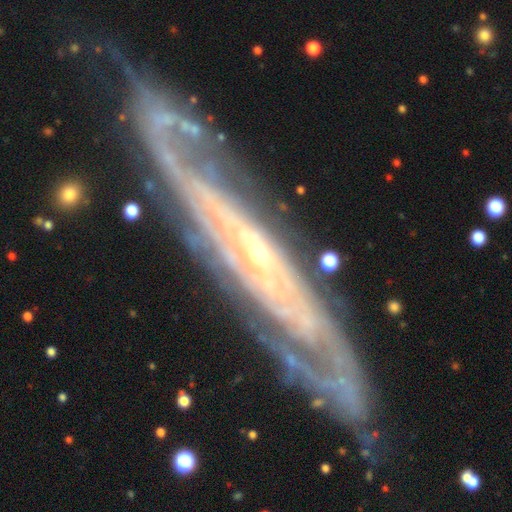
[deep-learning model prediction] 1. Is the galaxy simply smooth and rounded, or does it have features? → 85% featured or disk, 8% star or artifact, 7% smooth.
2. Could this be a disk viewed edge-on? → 61% no, 39% yes.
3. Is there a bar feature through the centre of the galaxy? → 52% no, 30% weak, 18% strong.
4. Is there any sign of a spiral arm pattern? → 96% yes, 4% no.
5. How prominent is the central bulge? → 82% small, 12% moderate, 3% none, 1% large, 1% dominant.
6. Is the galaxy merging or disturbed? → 79% none, 15% minor disturbance, 4% major disturbance, 2% merger.